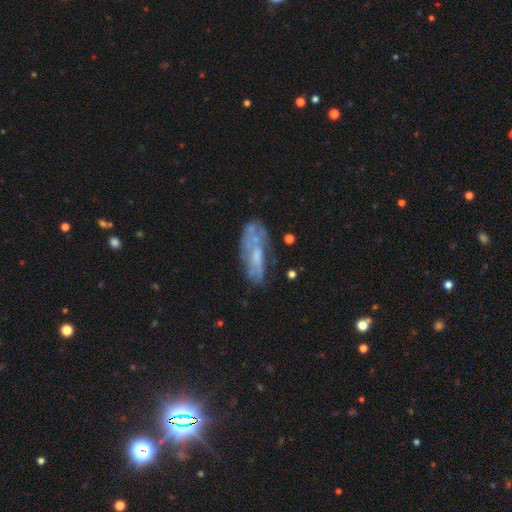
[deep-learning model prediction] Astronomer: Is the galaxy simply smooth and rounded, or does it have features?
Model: featured or disk — 58%.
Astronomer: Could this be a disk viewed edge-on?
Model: no — 85%.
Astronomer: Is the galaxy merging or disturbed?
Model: none — 55%.